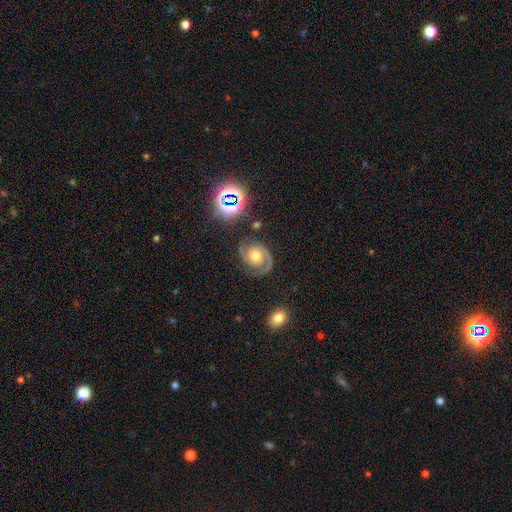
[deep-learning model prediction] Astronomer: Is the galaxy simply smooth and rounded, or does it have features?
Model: featured or disk — 87%.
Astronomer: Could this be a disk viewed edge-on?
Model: no — 98%.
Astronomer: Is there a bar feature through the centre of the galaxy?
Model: no — 73%.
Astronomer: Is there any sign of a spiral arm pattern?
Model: yes — 98%.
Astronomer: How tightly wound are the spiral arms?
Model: tight — 51% (runner-up: medium, 43%).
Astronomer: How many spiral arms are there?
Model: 2 — 89%.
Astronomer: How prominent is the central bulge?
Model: moderate — 70%.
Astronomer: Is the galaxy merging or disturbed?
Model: none — 79%.